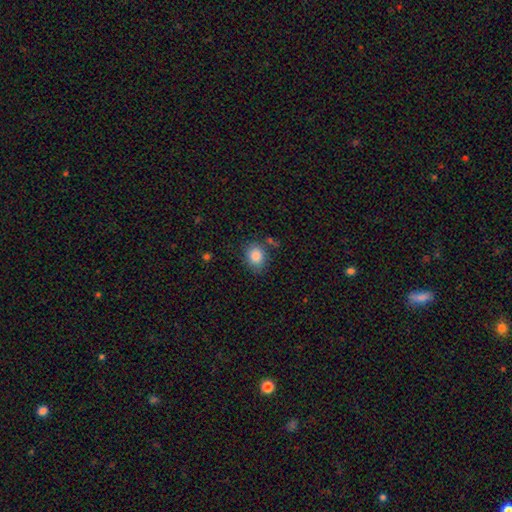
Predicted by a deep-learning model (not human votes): Smooth or featured? smooth (85%)
How rounded? round (53%)
Merging? none (76%)